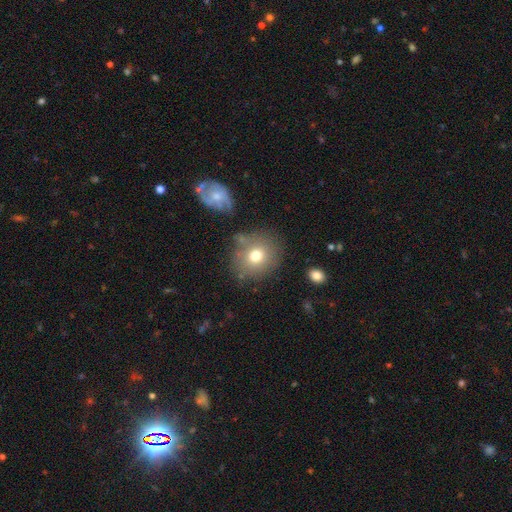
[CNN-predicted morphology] The model was most divided on "smooth or featured": smooth: 73%, featured or disk: 15%, star or artifact: 12%. More confident: how rounded — round (80%); merging — none (77%).